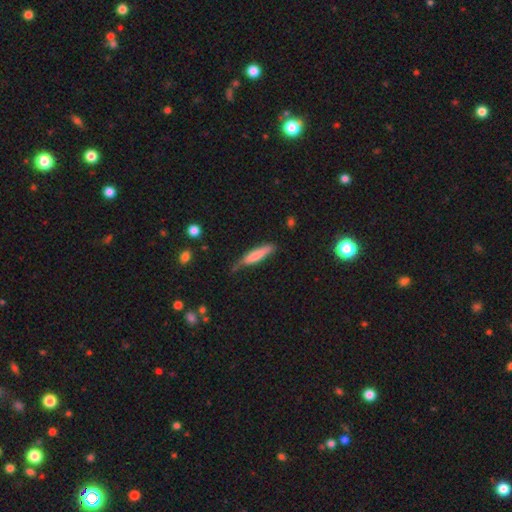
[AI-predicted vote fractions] A smooth galaxy with no disk features (71%) that is cigar-shaped (83%).

Vote fractions:
- Smooth or featured? smooth: 71% / featured or disk: 24% / star or artifact: 6%
- How rounded? cigar-shaped: 83% / in between: 16% / round: 2%
- Merging? none: 53% / minor disturbance: 35% / major disturbance: 9% / merger: 3%